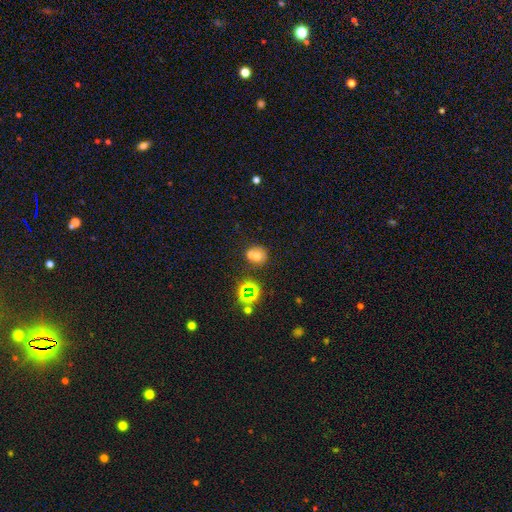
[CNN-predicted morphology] This appears to be a smooth galaxy with no disk features (61%) that is round (77%). Merging: merger (46%).